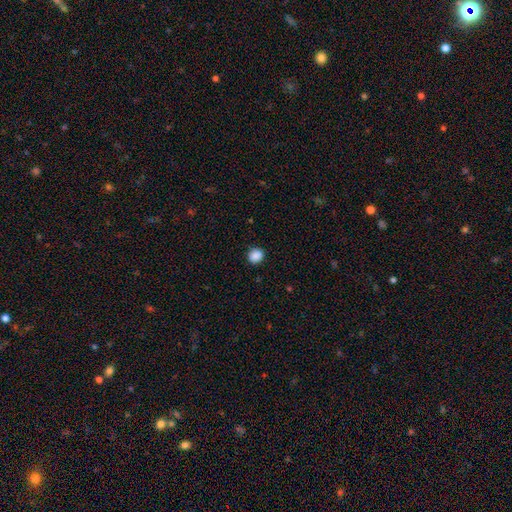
Smooth or featured: smooth — 100%
How rounded: round — 86% (in between — 14%)
Merging: none — 94% (minor disturbance — 3%)